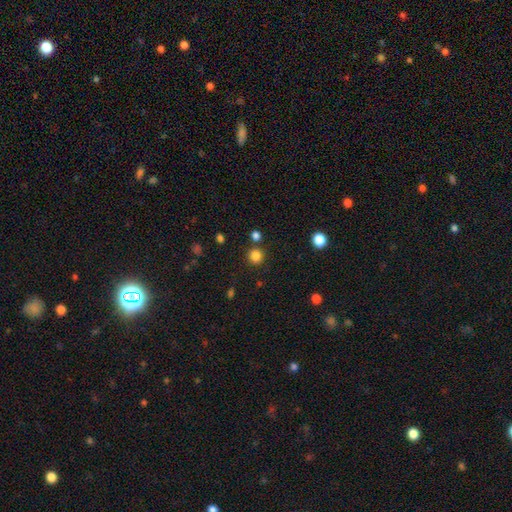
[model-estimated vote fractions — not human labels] smooth_or_featured: smooth (p=0.83) [alt: star or artifact p=0.13]
how_rounded: round (p=0.92) [alt: in between p=0.07]
merging: none (p=0.84) [alt: minor disturbance p=0.07]